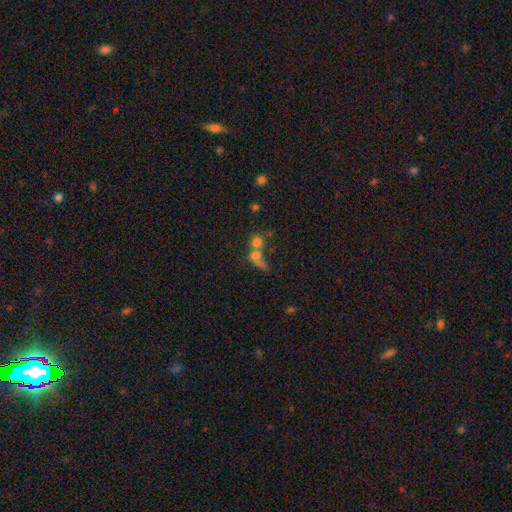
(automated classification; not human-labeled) smooth_or_featured: smooth (p=0.64) [alt: featured or disk p=0.22]
how_rounded: round (p=0.62) [alt: in between p=0.31]
merging: merger (p=0.58) [alt: none p=0.22]